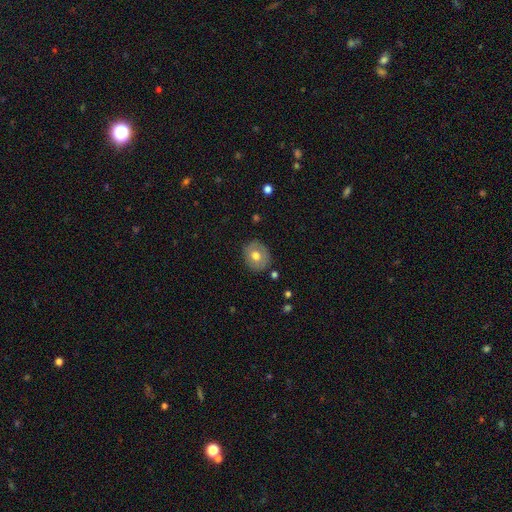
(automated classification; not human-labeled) The model was most divided on "smooth or featured": smooth: 64%, featured or disk: 28%, star or artifact: 8%. More confident: merging — none (83%); how rounded — round (69%).